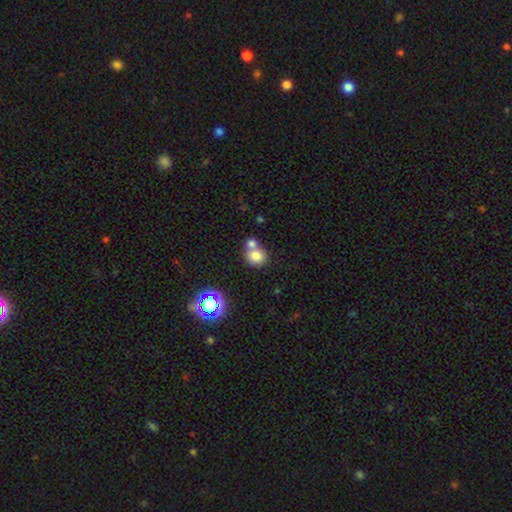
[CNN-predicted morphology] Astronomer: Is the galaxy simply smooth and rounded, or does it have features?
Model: smooth — 77%.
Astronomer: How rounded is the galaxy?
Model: round — 83%.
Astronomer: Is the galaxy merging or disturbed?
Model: merger — 45% (runner-up: none, 44%).